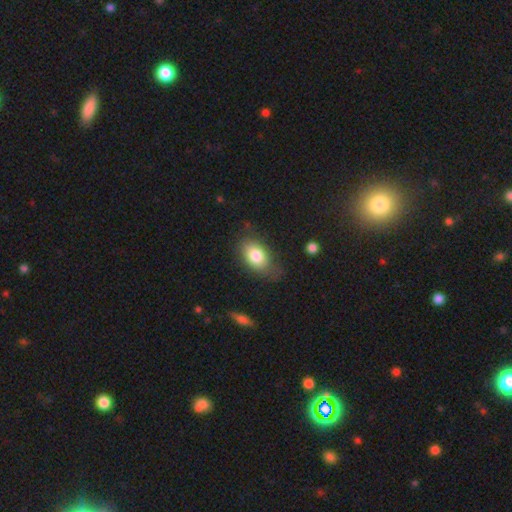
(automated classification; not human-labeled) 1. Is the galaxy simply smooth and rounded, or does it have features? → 80% smooth, 12% featured or disk, 8% star or artifact.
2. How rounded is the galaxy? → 86% in between, 12% round, 2% cigar-shaped.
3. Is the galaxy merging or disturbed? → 65% none, 24% minor disturbance, 8% major disturbance, 2% merger.